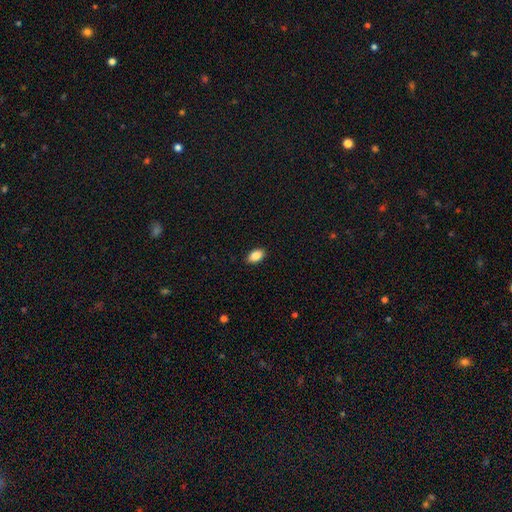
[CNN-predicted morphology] smooth-or-featured: smooth: 87% | star or artifact: 8% | featured or disk: 5%
  how-rounded: in between: 92% | round: 7% | cigar-shaped: 2%
  merging: none: 89% | minor disturbance: 8% | major disturbance: 2% | merger: 1%